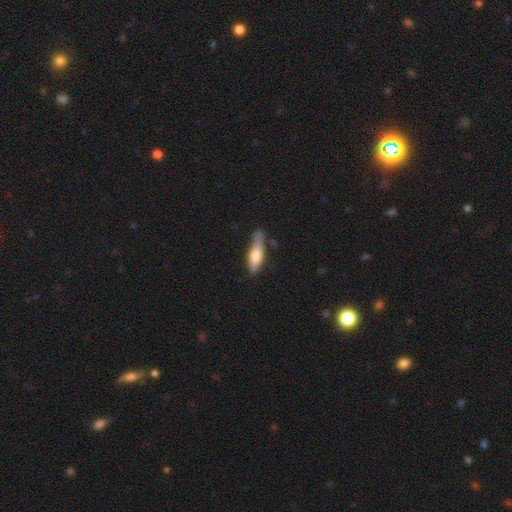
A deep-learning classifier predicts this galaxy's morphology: smooth-or-featured: smooth: 65% | featured or disk: 29% | star or artifact: 6%
  how-rounded: cigar-shaped: 59% | in between: 38% | round: 2%
  merging: none: 54% | minor disturbance: 31% | major disturbance: 9% | merger: 6%